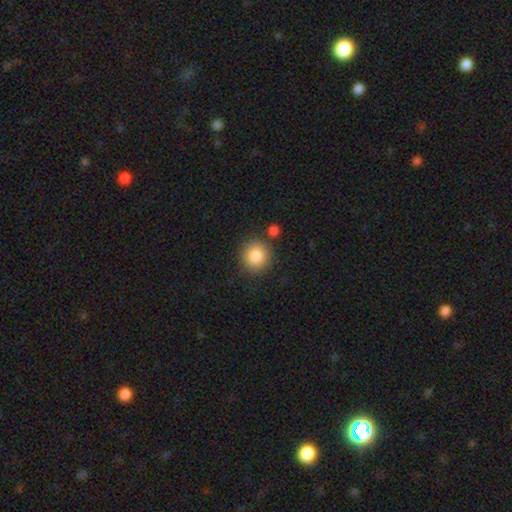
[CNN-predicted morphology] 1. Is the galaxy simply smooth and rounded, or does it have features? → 86% smooth, 8% star or artifact, 6% featured or disk.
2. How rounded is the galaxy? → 90% round, 9% in between, 1% cigar-shaped.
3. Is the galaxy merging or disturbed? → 81% none, 9% minor disturbance, 7% merger, 3% major disturbance.